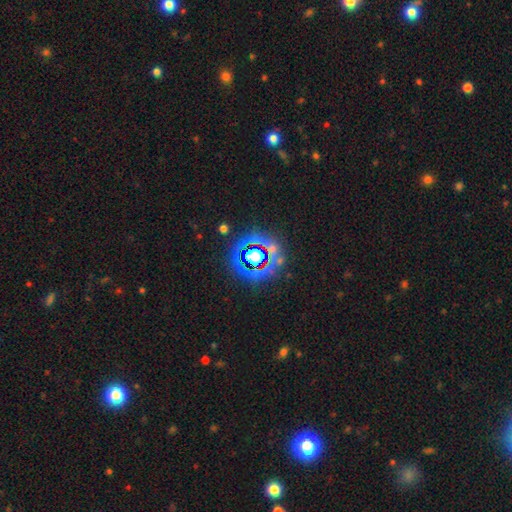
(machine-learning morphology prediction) star or artifact 64%, smooth 24%, featured or disk 12%.